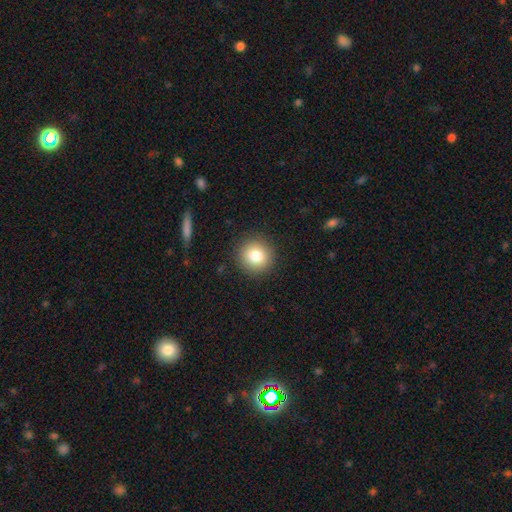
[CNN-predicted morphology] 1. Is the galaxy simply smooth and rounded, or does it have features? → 82% smooth, 10% star or artifact, 9% featured or disk.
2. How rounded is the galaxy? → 93% round, 6% in between, 1% cigar-shaped.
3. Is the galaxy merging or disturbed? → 90% none, 6% minor disturbance, 2% major disturbance, 1% merger.